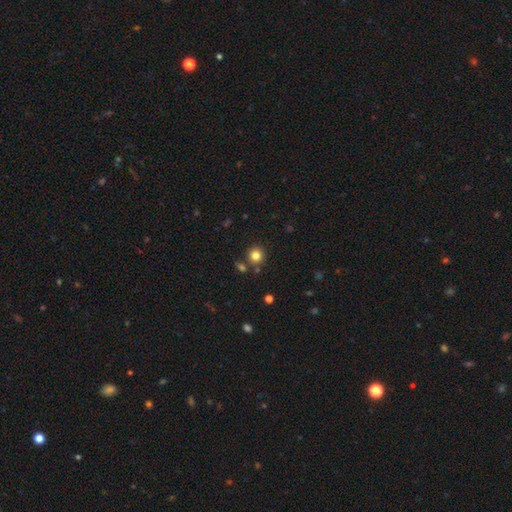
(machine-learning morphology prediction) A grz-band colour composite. It shows a smooth galaxy with no disk features (82%) that is round (92%). Merging: none (81%).